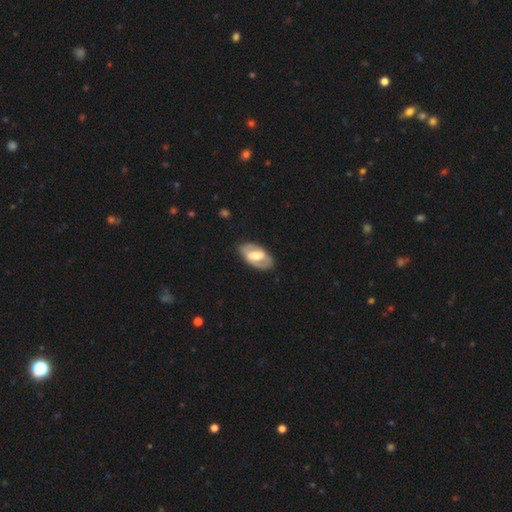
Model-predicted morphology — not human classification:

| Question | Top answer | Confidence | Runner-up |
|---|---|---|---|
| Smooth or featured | featured or disk | 59% | smooth (35%) |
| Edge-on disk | no | 89% | yes (11%) |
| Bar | strong | 42% | weak (35%) |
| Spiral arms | no | 60% | yes (40%) |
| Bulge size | moderate | 50% | large (33%) |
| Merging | none | 79% | minor disturbance (15%) |